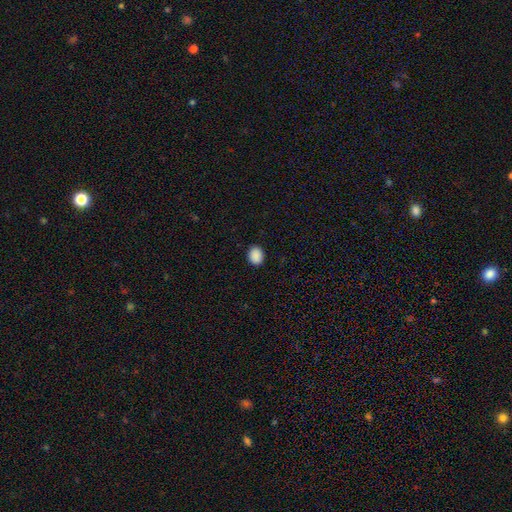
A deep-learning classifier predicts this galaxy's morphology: smooth 90%, star or artifact 8%, featured or disk 2%. Down the decision tree: how rounded — in between (50%); merging — none (90%).